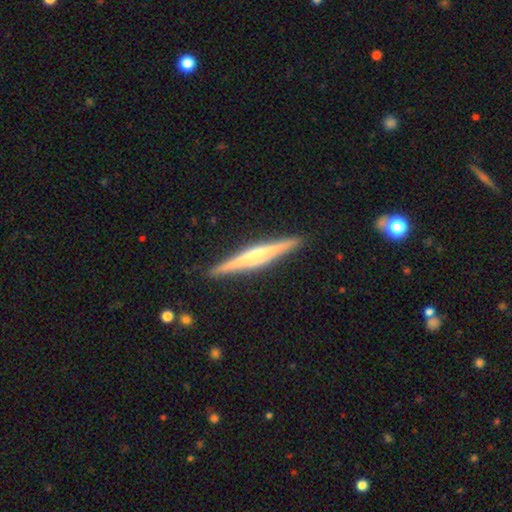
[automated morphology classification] smooth-or-featured: featured or disk: 75% | smooth: 19% | star or artifact: 5%
  disk-edge-on: yes: 98% | no: 2%
    edge-on-bulge: rounded: 73% | none: 14% | boxy: 13%
  merging: none: 91% | minor disturbance: 6% | major disturbance: 1% | merger: 1%